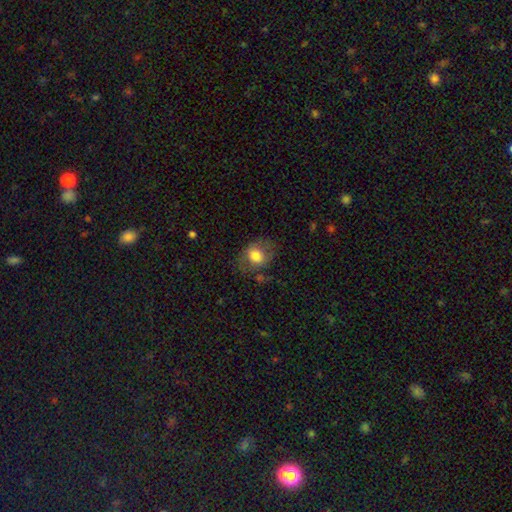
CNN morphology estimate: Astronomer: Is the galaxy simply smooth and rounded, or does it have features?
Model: smooth — 74%.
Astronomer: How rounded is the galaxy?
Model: round — 54% (runner-up: in between, 45%).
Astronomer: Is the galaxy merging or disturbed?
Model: none — 59%.